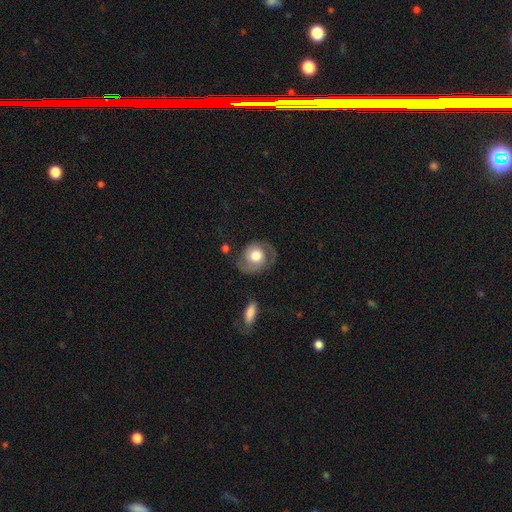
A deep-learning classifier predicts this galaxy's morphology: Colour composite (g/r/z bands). It shows a featured or disk galaxy (50%). Merging: none (61%).